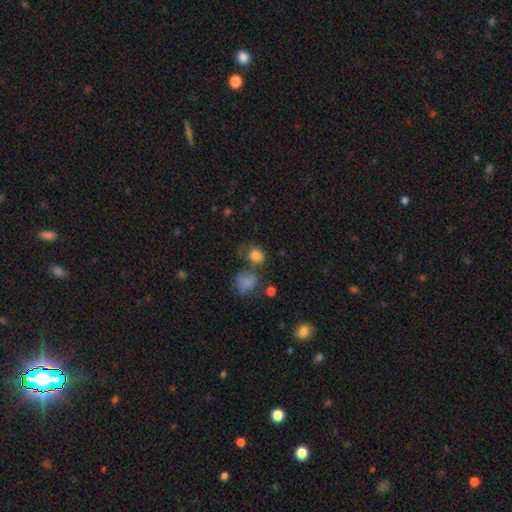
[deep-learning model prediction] A smooth galaxy with no disk features (80%) that is round (70%). Merging: none (50%).